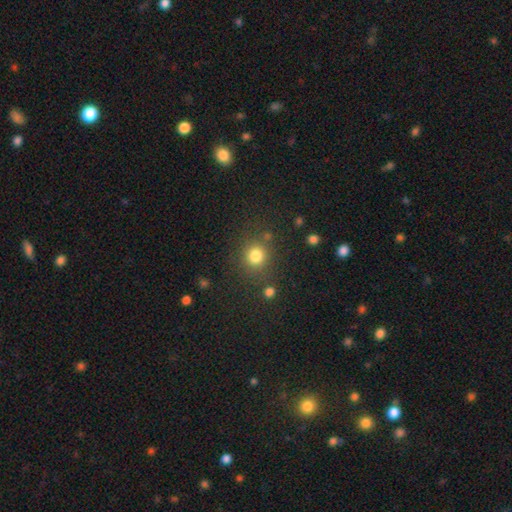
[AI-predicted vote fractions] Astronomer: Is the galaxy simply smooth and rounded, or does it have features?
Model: smooth — 81%.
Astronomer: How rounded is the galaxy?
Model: round — 86%.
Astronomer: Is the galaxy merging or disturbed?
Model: none — 79%.